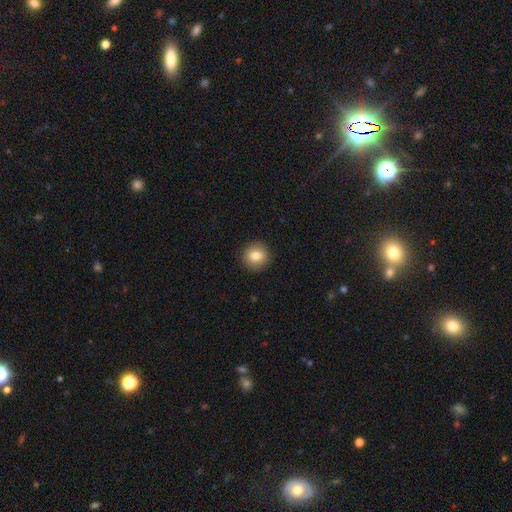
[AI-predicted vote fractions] Smooth or featured? Predicted: smooth (p=0.82). How rounded? Predicted: round (p=0.93). Merging? Predicted: none (p=0.92).